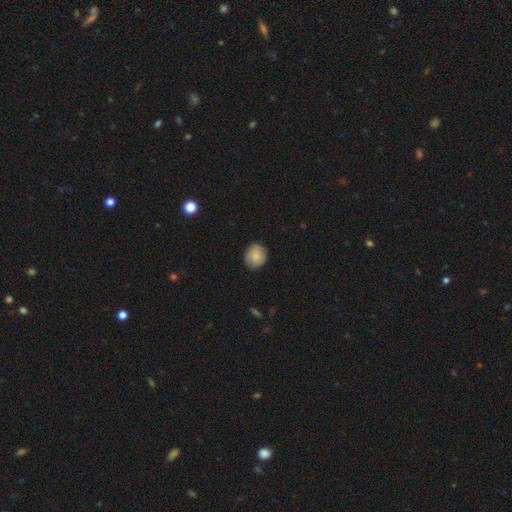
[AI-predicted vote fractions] Smooth or featured?
  - smooth: 80% *
  - featured or disk: 12%
  - star or artifact: 7%
How rounded?
  - round: 76% *
  - in between: 23%
  - cigar-shaped: 1%
Merging?
  - none: 80% *
  - minor disturbance: 16%
  - major disturbance: 3%
  - merger: 1%